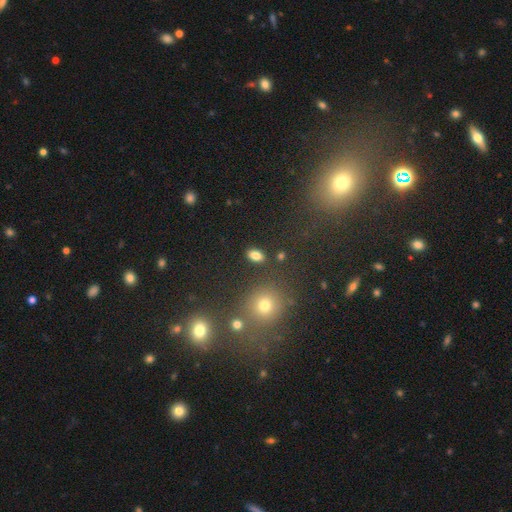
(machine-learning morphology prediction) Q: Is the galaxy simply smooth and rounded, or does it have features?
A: smooth — 82%.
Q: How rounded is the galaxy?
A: in between — 87%.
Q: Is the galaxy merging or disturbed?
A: none — 85%.